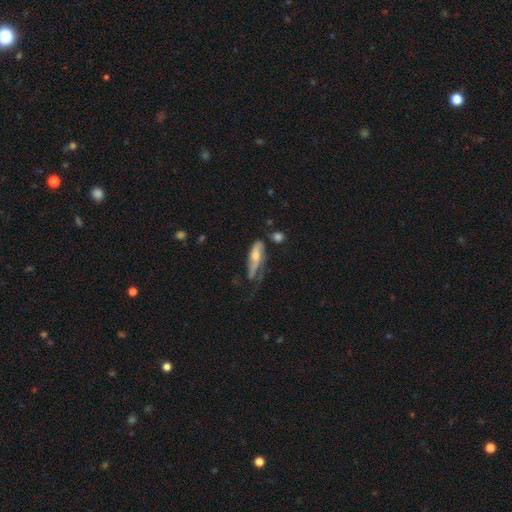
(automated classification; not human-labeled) A smooth galaxy with no disk features (48%). Merging: major disturbance (42%).